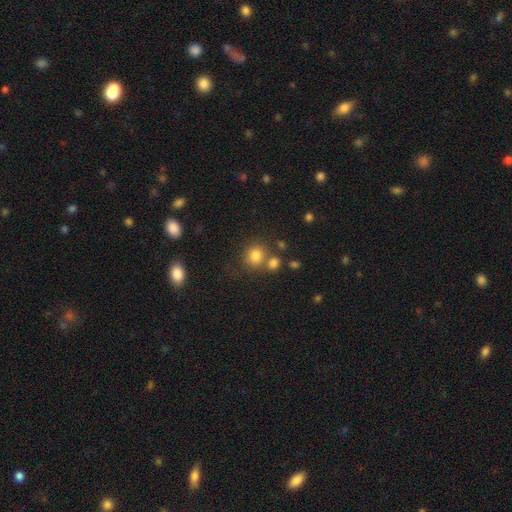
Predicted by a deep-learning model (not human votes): A smooth galaxy with no disk features (80%) that is round (81%). Merging: none (62%).